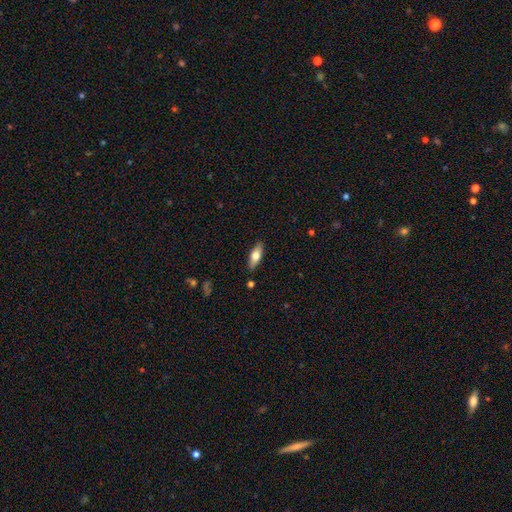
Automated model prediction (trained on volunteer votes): Smooth or featured? Predicted: smooth (p=0.63). How rounded? Predicted: in between (p=0.64). Merging? Predicted: none (p=0.87).